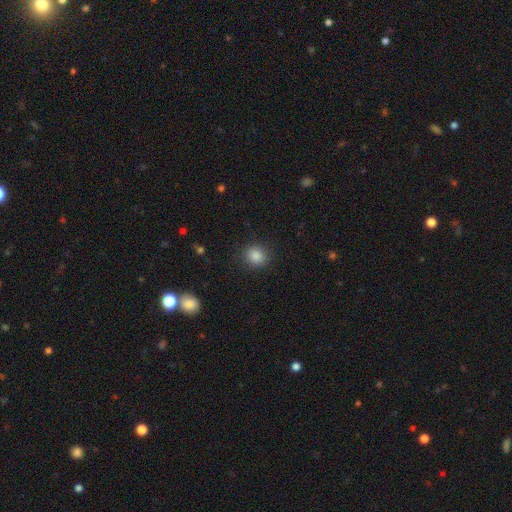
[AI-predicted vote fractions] A smooth galaxy with no disk features (86%) that is round (82%).

Vote fractions:
- Smooth or featured? smooth: 86% / star or artifact: 10% / featured or disk: 4%
- How rounded? round: 82% / in between: 17% / cigar-shaped: 1%
- Merging? none: 89% / minor disturbance: 8% / major disturbance: 3% / merger: 1%